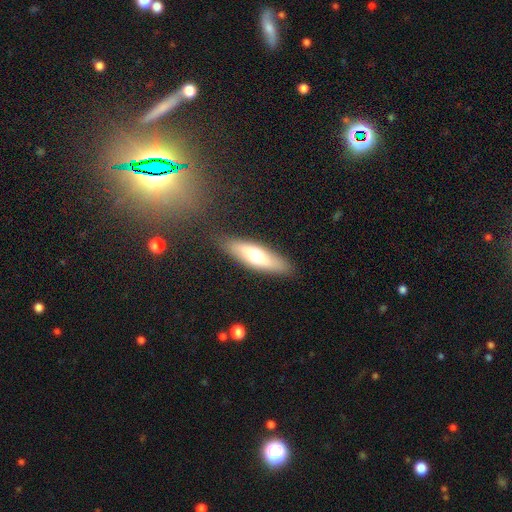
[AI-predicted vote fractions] Smooth or featured? Predicted: smooth (p=0.60). How rounded? Predicted: cigar-shaped (p=0.52). Merging? Predicted: none (p=0.85).